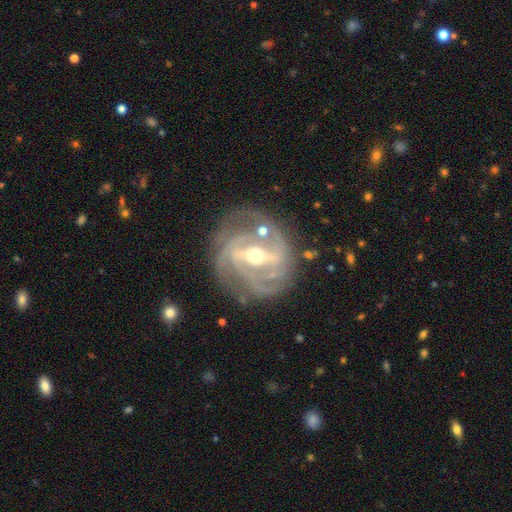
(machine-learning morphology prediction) Overall: featured or disk (90%). Edge-on disk: no (96%). Bar: strong (60%; weak 29%). Spiral arms: yes (95%). Spiral arm count: 3 (33%; 2 25%). Spiral winding: tight (56%; medium 36%). Bulge size: moderate (58%; small 37%). Merging: none (73%).